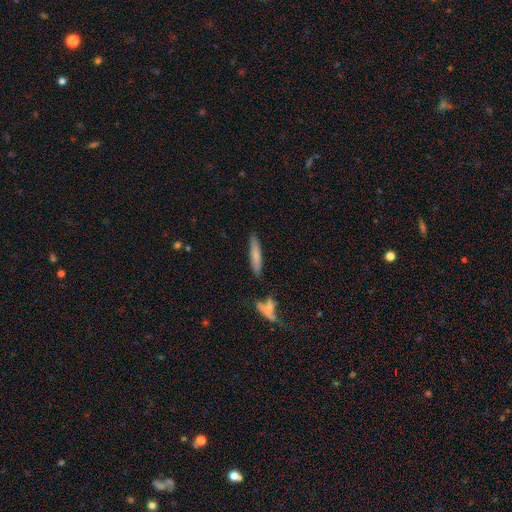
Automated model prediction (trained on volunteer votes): A smooth galaxy with no disk features (73%) that is cigar-shaped (87%). Merging: none (81%).